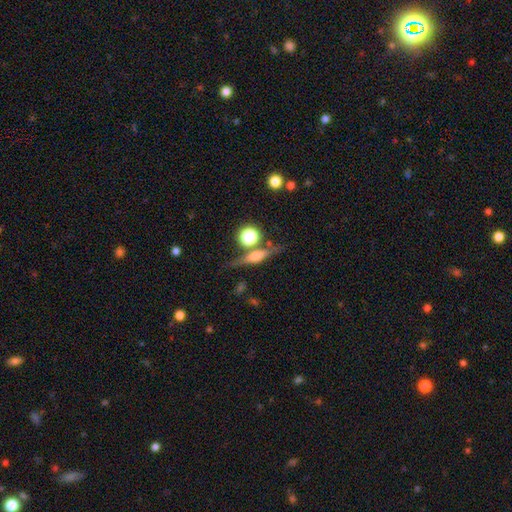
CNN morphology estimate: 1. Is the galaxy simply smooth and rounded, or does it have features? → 64% featured or disk, 26% smooth, 10% star or artifact.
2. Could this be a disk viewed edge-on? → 92% yes, 8% no.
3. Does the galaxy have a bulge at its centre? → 82% rounded, 12% boxy, 5% none.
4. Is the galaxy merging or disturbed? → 73% none, 13% minor disturbance, 8% merger, 5% major disturbance.